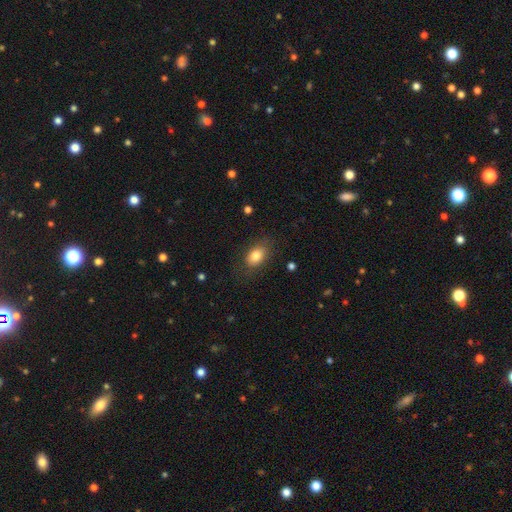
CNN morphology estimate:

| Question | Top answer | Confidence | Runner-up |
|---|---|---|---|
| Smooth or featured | smooth | 81% | featured or disk (10%) |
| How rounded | in between | 84% | round (15%) |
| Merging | none | 78% | minor disturbance (15%) |